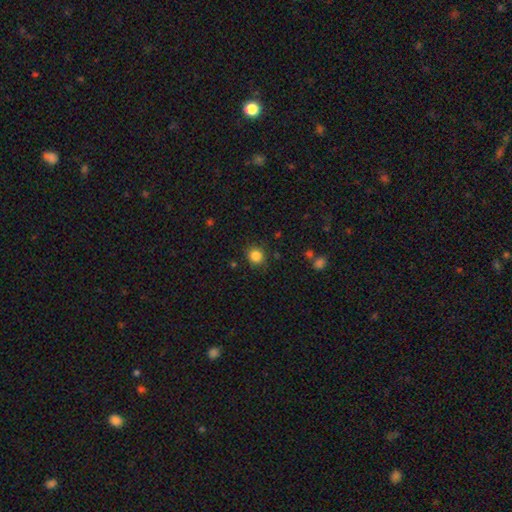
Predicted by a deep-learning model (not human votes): A smooth galaxy with no disk features (85%) that is round (85%).

Vote fractions:
- Smooth or featured? smooth: 85% / star or artifact: 11% / featured or disk: 4%
- How rounded? round: 85% / in between: 15% / cigar-shaped: 1%
- Merging? none: 85% / minor disturbance: 11% / major disturbance: 3% / merger: 2%